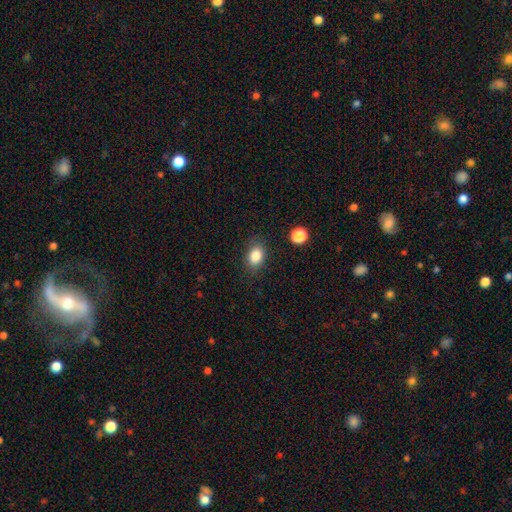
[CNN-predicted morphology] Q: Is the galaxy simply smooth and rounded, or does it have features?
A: smooth — 85%.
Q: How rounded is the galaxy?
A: in between — 75%.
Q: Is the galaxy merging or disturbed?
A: none — 82%.